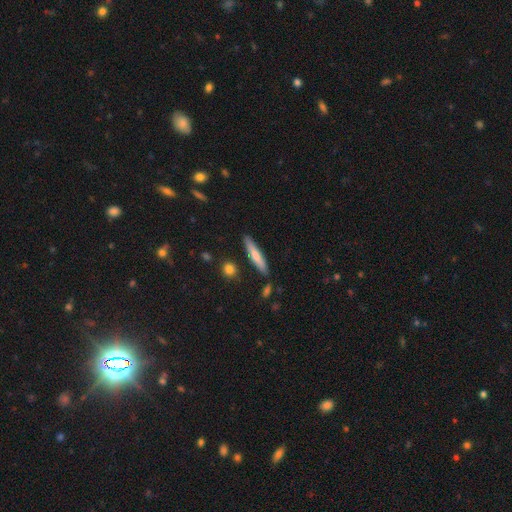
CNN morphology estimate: smooth-or-featured: smooth: 68% | featured or disk: 27% | star or artifact: 6%
  how-rounded: cigar-shaped: 89% | in between: 10% | round: 2%
  merging: none: 85% | minor disturbance: 10% | merger: 3% | major disturbance: 2%